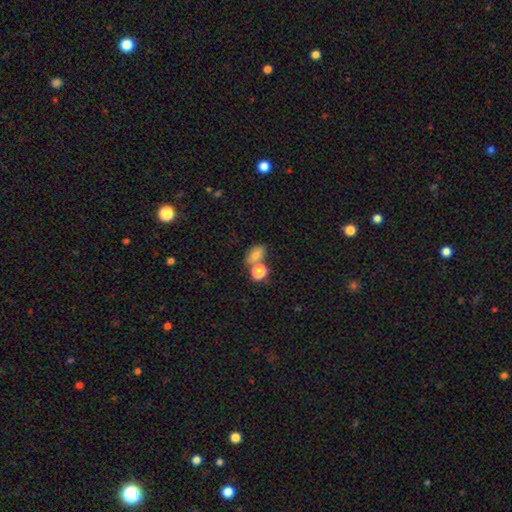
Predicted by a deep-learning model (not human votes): Smooth or featured?
  - smooth: 75% *
  - star or artifact: 14%
  - featured or disk: 11%
How rounded?
  - in between: 71% *
  - round: 27%
  - cigar-shaped: 2%
Merging?
  - none: 49% *
  - merger: 33%
  - minor disturbance: 12%
  - major disturbance: 5%